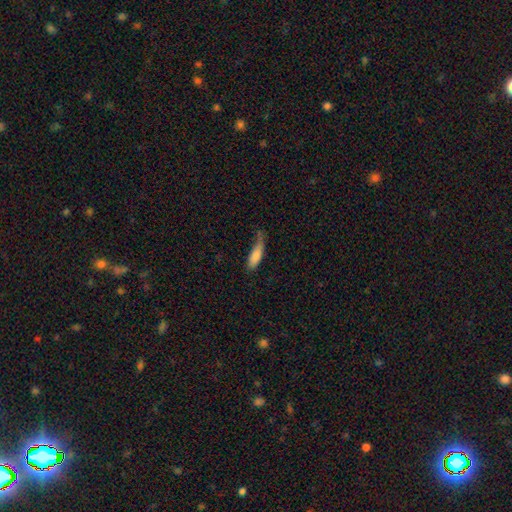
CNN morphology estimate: Q: Smooth or featured?
A: smooth (80%); runner-up: featured or disk (13%)
Q: How rounded?
A: in between (49%); tied with: cigar-shaped (49%)
Q: Merging?
A: minor disturbance (38%); runner-up: none (36%)